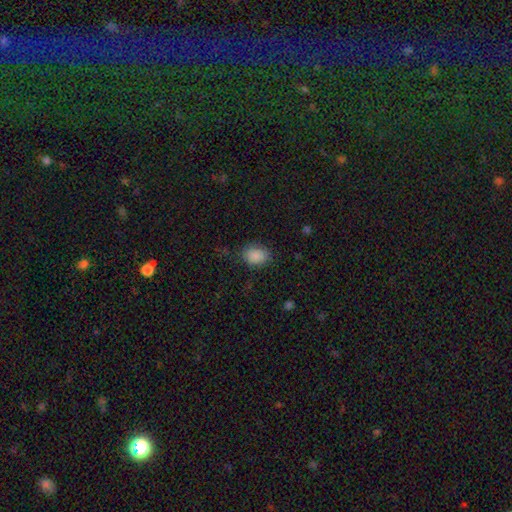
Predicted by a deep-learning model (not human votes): smooth 87%, star or artifact 9%, featured or disk 4%. Down the decision tree: how rounded — in between (67%); merging — none (77%).